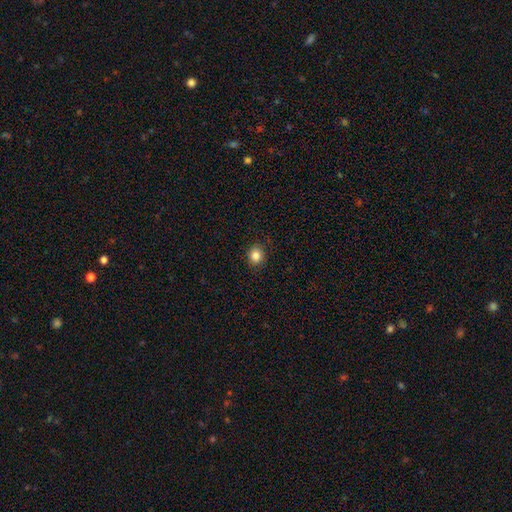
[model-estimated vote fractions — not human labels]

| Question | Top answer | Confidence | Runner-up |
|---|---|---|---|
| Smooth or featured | smooth | 84% | star or artifact (11%) |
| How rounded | round | 82% | in between (17%) |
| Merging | none | 90% | minor disturbance (7%) |